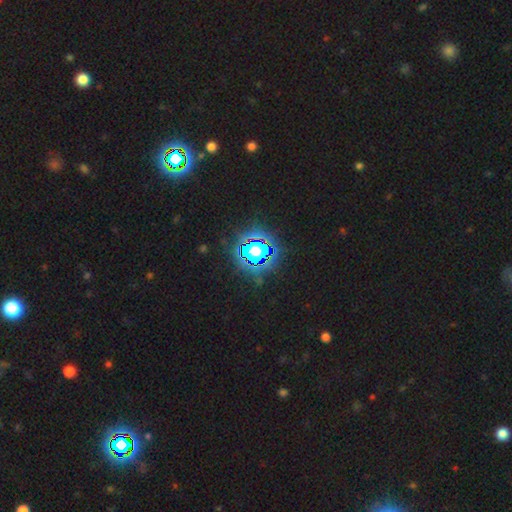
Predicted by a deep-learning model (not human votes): This appears to be a star or artifact, not a galaxy (83%).